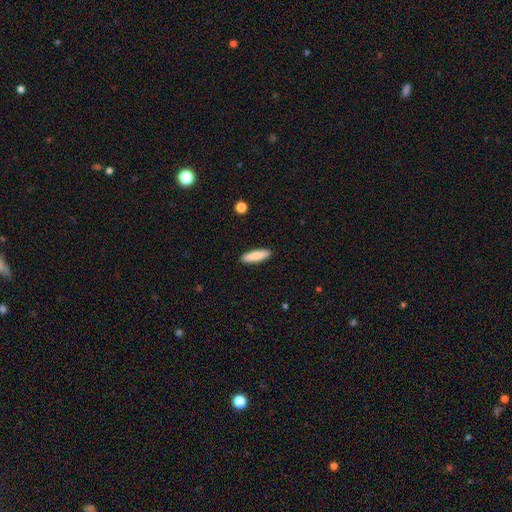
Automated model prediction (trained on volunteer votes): A smooth galaxy with no disk features (84%) that is cigar-shaped (69%).

Vote fractions:
- Smooth or featured? smooth: 84% / featured or disk: 10% / star or artifact: 6%
- How rounded? cigar-shaped: 69% / in between: 30% / round: 2%
- Merging? none: 91% / minor disturbance: 7% / major disturbance: 1% / merger: 1%